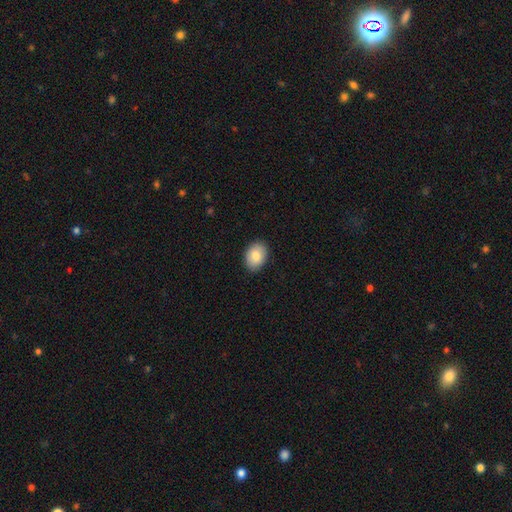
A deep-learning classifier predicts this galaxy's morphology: type=smooth (84%); roundness=in between (73%); merging=none (89%).